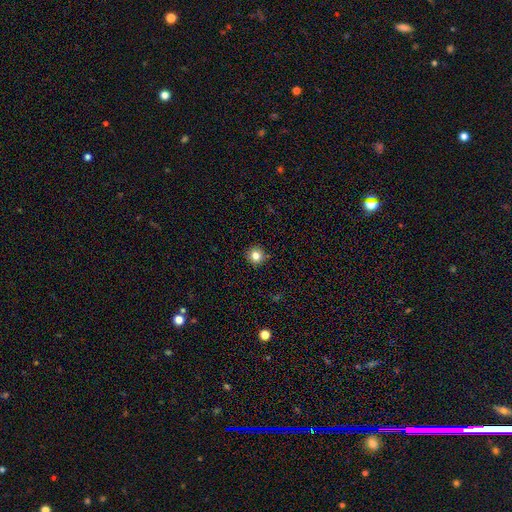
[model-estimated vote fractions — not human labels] A smooth galaxy with no disk features (81%) that is round (94%). Merging: none (90%).